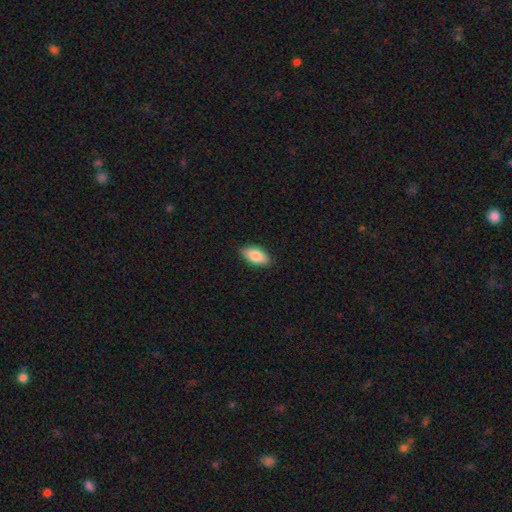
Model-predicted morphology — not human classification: A smooth galaxy with no disk features (83%) that is in between round and cigar-shaped (91%). Merging: none (88%).